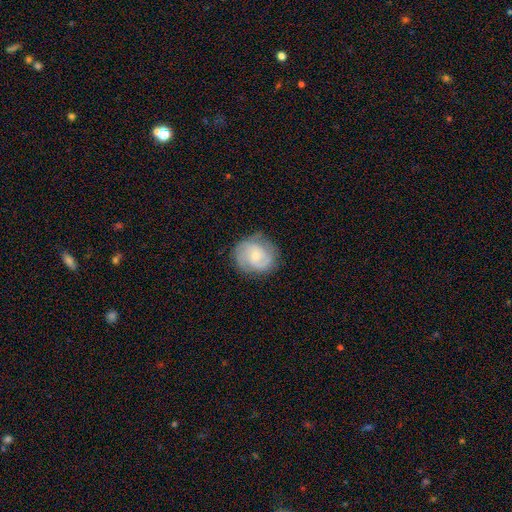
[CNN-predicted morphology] The model was most divided on "spiral winding": tight: 44%, medium: 42%, loose: 14%. More confident: edge-on disk — no (98%); spiral arms — yes (90%); merging — none (73%); smooth or featured — featured or disk (65%); bar — no (61%); bulge size — small (61%); spiral arm count — 2 (58%).